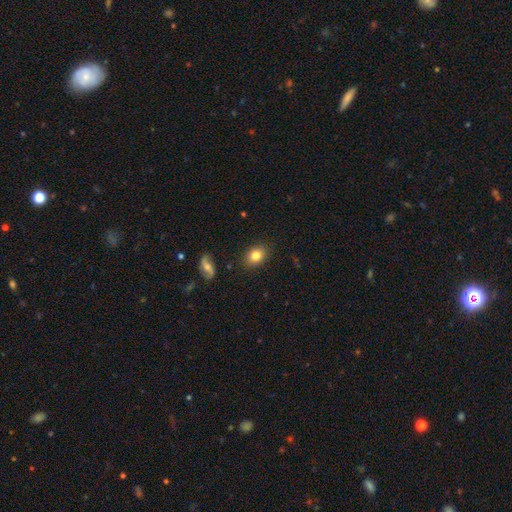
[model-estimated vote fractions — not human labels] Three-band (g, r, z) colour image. It shows a smooth galaxy with no disk features (82%) that is in between round and cigar-shaped (62%). Merging: none (86%).